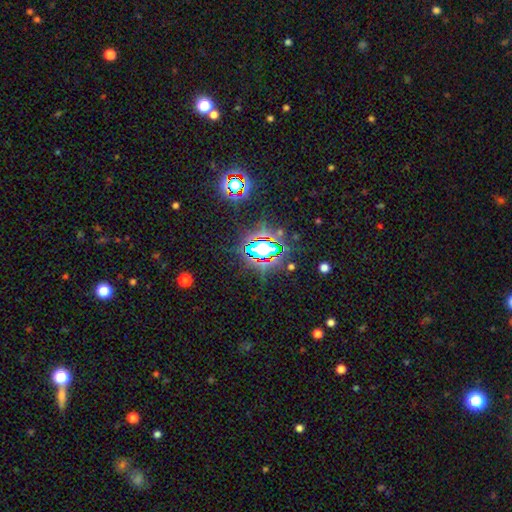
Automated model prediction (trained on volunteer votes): smooth_or_featured: star or artifact (p=0.83) [alt: smooth p=0.10]